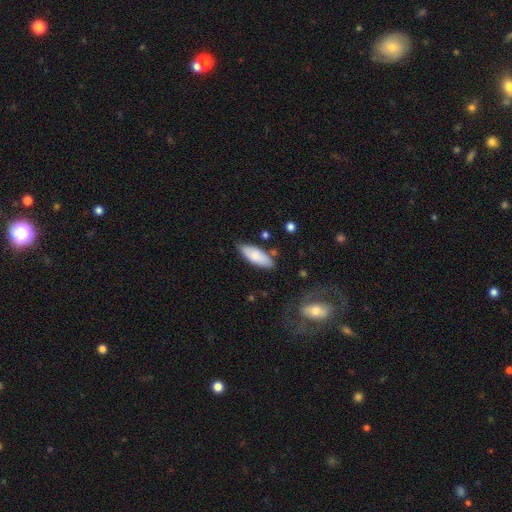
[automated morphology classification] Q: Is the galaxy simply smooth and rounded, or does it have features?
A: smooth — 81%.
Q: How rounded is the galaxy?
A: in between — 77%.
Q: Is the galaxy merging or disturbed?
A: none — 80%.